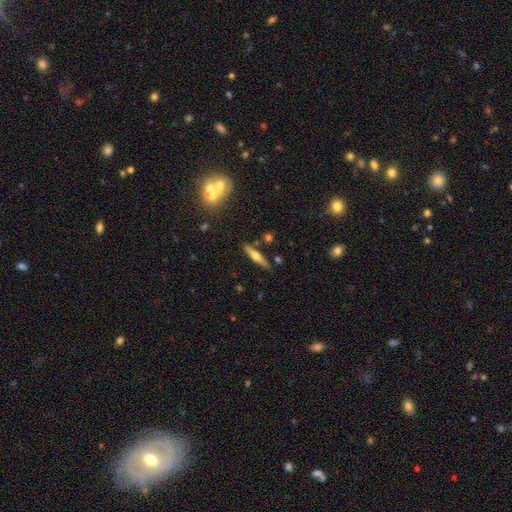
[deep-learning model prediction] This appears to be a featured or disk galaxy (57%) viewed edge-on (95%) with a rounded central bulge (90%). Merging: none (82%).